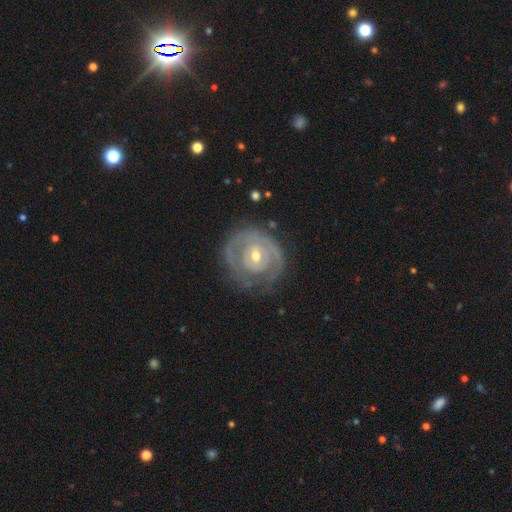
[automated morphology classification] Q: Smooth or featured?
A: featured or disk (82%); runner-up: smooth (13%)
Q: Edge-on disk?
A: no (97%); runner-up: yes (3%)
Q: Bar?
A: no (57%); runner-up: weak (32%)
Q: Spiral arms?
A: yes (79%); runner-up: no (21%)
Q: Spiral winding?
A: tight (75%); runner-up: medium (19%)
Q: Spiral arm count?
A: can't tell (36%); runner-up: 2 (32%)
Q: Bulge size?
A: moderate (52%); runner-up: small (44%)
Q: Merging?
A: none (69%); runner-up: minor disturbance (19%)